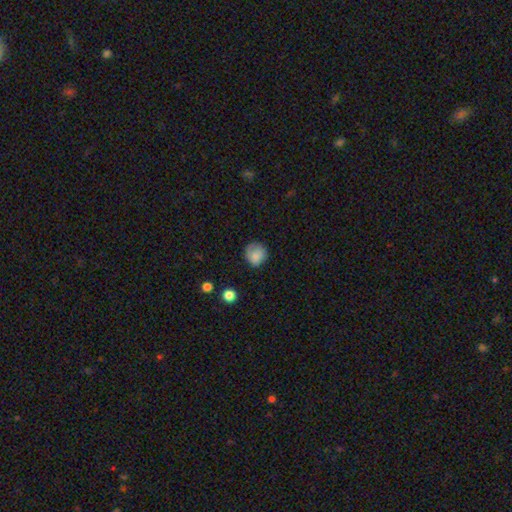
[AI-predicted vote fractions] The model was most divided on "merging": none: 71%, minor disturbance: 22%, major disturbance: 6%, merger: 1%. More confident: how rounded — round (83%); smooth or featured — smooth (80%).